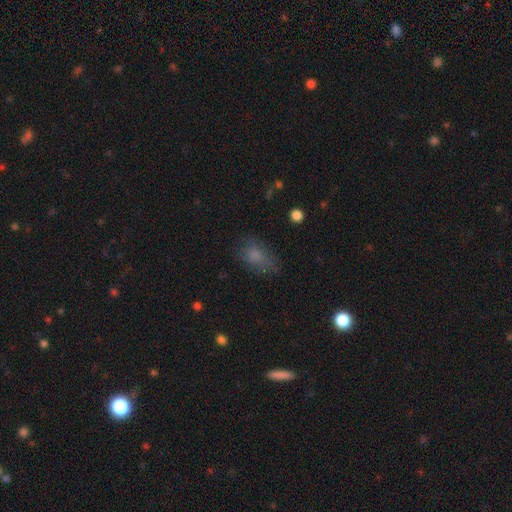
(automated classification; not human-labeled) A smooth galaxy with no disk features (74%) that is in between round and cigar-shaped (84%).

Vote fractions:
- Smooth or featured? smooth: 74% / featured or disk: 14% / star or artifact: 12%
- How rounded? in between: 84% / round: 13% / cigar-shaped: 3%
- Merging? none: 59% / minor disturbance: 25% / major disturbance: 14% / merger: 2%